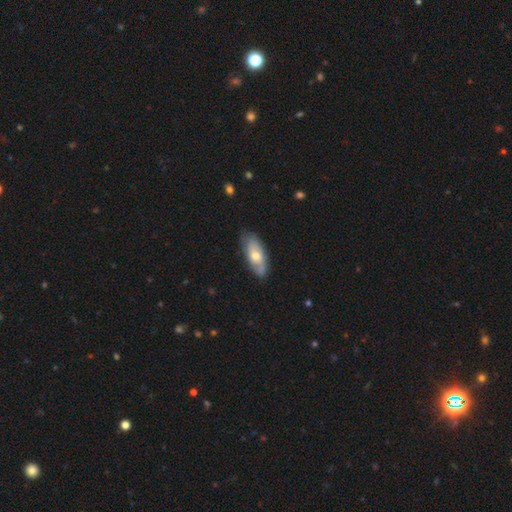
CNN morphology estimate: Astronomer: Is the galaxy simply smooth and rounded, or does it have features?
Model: smooth — 47%, tied with featured or disk at 47%.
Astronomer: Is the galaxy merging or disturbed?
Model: none — 74%.